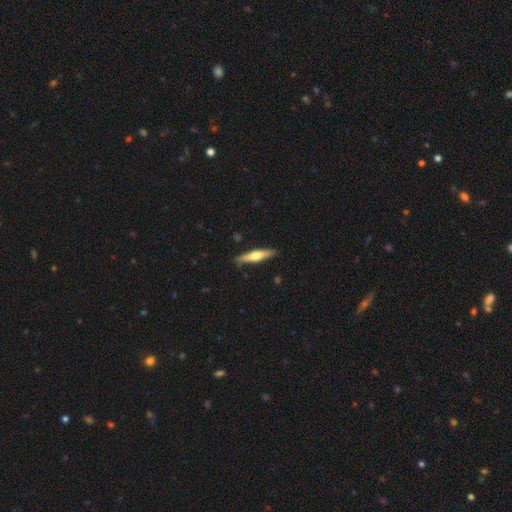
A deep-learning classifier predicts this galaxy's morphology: Smooth or featured: featured or disk — 52% (smooth — 43%)
Edge-on disk: yes — 95% (no — 5%)
Merging: none — 89% (minor disturbance — 8%)